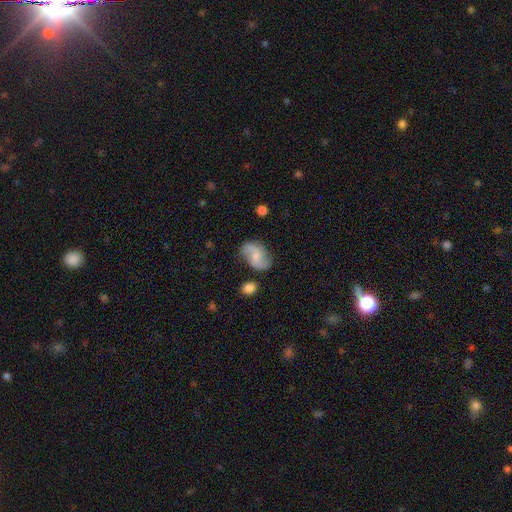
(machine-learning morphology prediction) A featured or disk galaxy (66%) with no bar (53%), 2 (91%) loose (61%) spiral arms (92%) and a small central bulge (43%). Merging: none (72%).